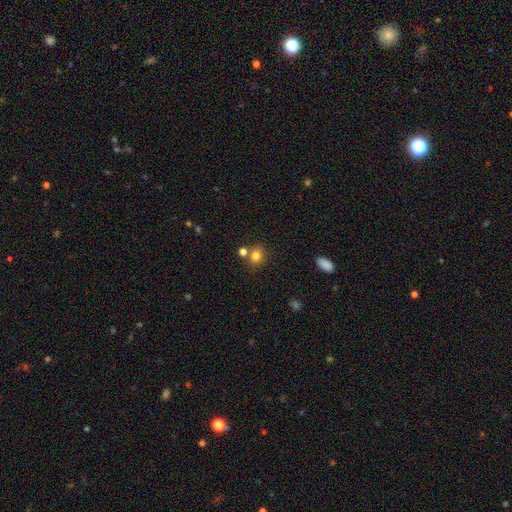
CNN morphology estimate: Q: Smooth or featured?
A: smooth (80%); runner-up: star or artifact (13%)
Q: How rounded?
A: round (77%); runner-up: in between (22%)
Q: Merging?
A: none (69%); runner-up: merger (18%)